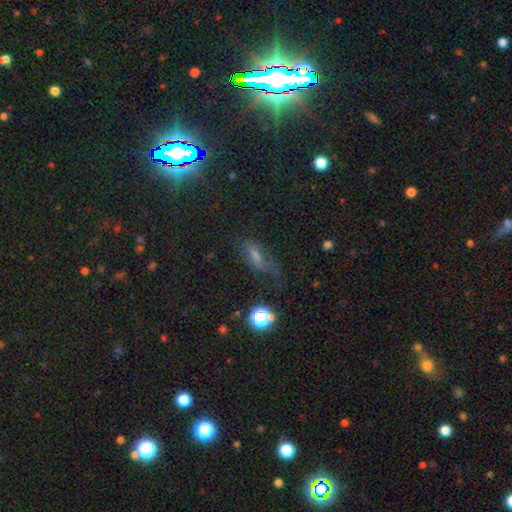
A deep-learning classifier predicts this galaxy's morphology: Smooth or featured?
  - smooth: 41% *
  - star or artifact: 33%
  - featured or disk: 26%
Merging?
  - none: 55% *
  - minor disturbance: 25%
  - major disturbance: 17%
  - merger: 4%